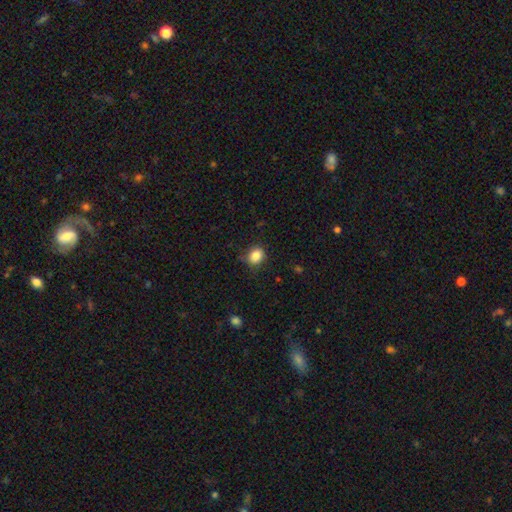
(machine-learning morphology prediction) smooth 85%, star or artifact 10%, featured or disk 5%. Down the decision tree: how rounded — round (57%); merging — none (77%).